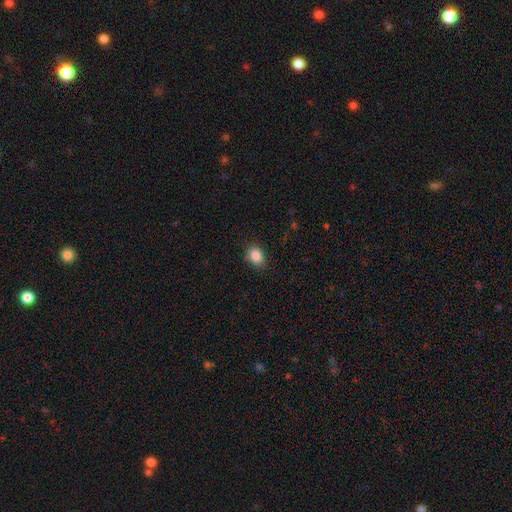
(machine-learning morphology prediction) Smooth or featured? Predicted: smooth (p=0.86). How rounded? Predicted: in between (p=0.58). Merging? Predicted: none (p=0.81).